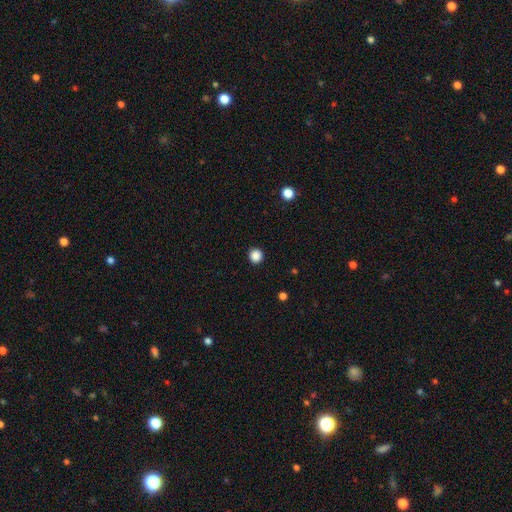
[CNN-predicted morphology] A smooth galaxy with no disk features (87%) that is round (94%).

Vote fractions:
- Smooth or featured? smooth: 87% / star or artifact: 11% / featured or disk: 2%
- How rounded? round: 94% / in between: 5% / cigar-shaped: 1%
- Merging? none: 93% / minor disturbance: 4% / major disturbance: 2% / merger: 1%